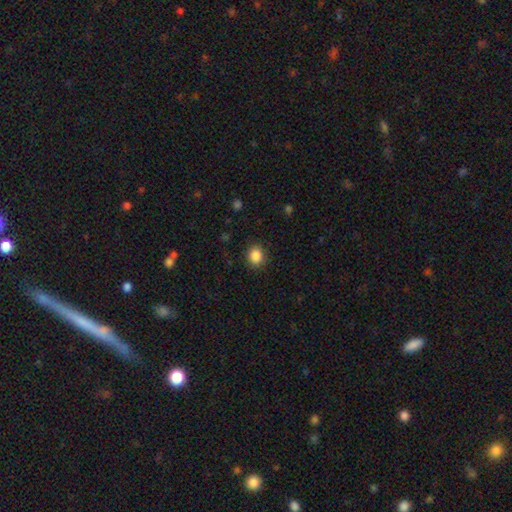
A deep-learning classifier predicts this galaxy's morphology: type=smooth (87%); roundness=round (68%); merging=none (89%).